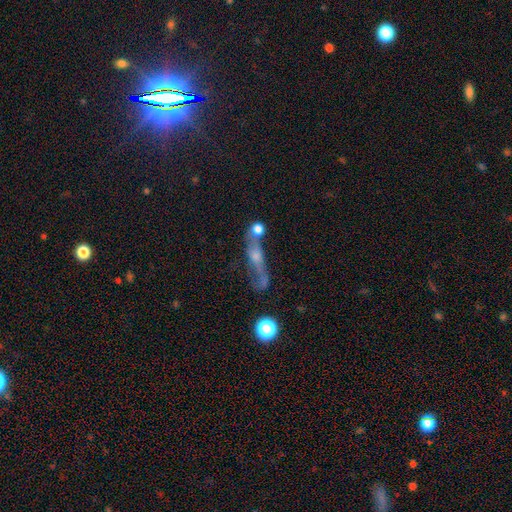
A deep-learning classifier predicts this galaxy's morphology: type=featured or disk (52%); edge-on=no (52%); merging=none (37%).